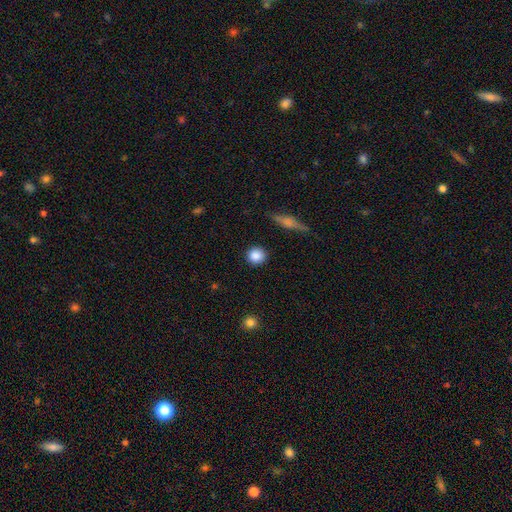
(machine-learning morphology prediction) smooth_or_featured: smooth (p=0.87) [alt: star or artifact p=0.09]
how_rounded: round (p=0.90) [alt: in between p=0.08]
merging: none (p=0.90) [alt: minor disturbance p=0.07]